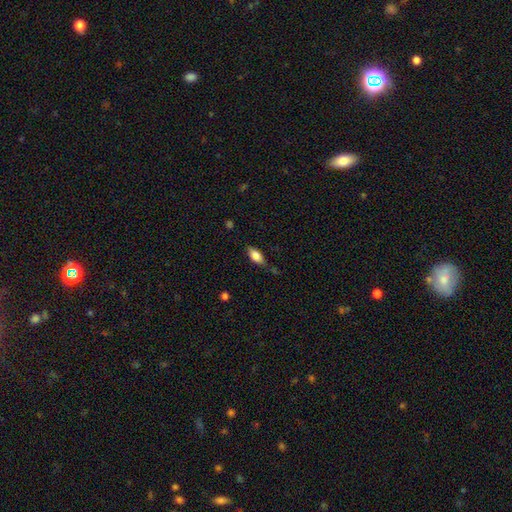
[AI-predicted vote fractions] Smooth or featured? smooth (78%)
How rounded? in between (85%)
Merging? none (70%)